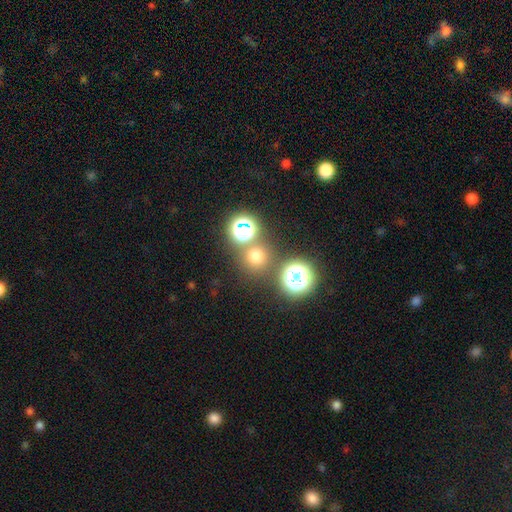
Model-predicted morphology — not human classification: smooth_or_featured: smooth (p=0.65) [alt: star or artifact p=0.28]
how_rounded: round (p=0.93) [alt: in between p=0.06]
merging: none (p=0.75) [alt: merger p=0.14]